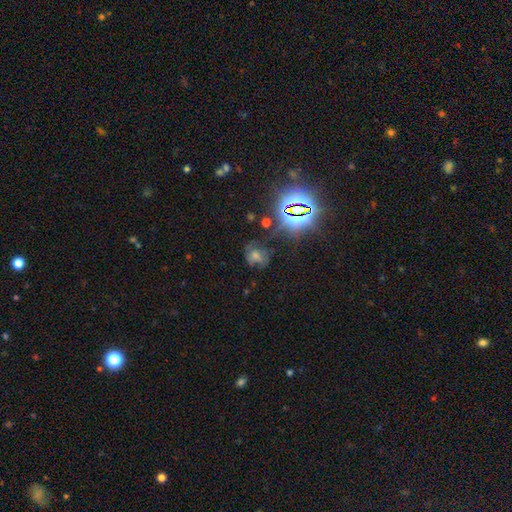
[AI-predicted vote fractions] star or artifact 53%, featured or disk 24%, smooth 23%.